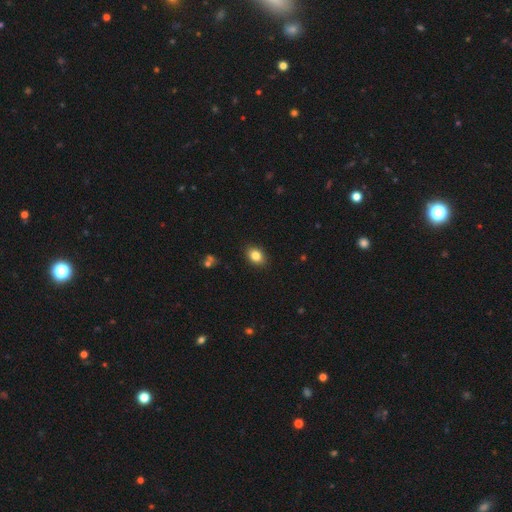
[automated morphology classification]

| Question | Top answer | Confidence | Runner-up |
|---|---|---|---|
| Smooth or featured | smooth | 84% | star or artifact (10%) |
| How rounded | in between | 69% | round (30%) |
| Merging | none | 88% | minor disturbance (9%) |